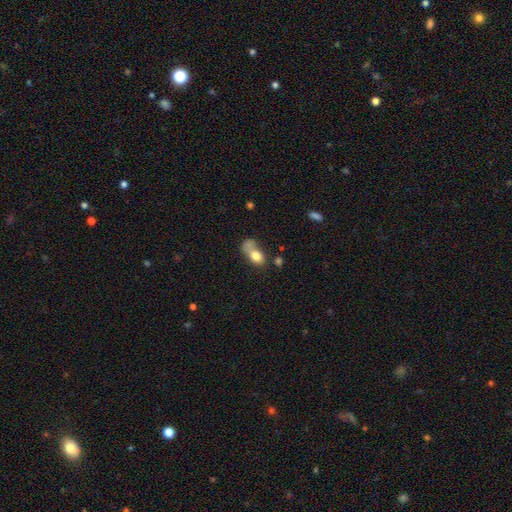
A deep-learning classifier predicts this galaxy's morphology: A smooth galaxy with no disk features (75%) that is in between round and cigar-shaped (76%). Merging: merger (36%).